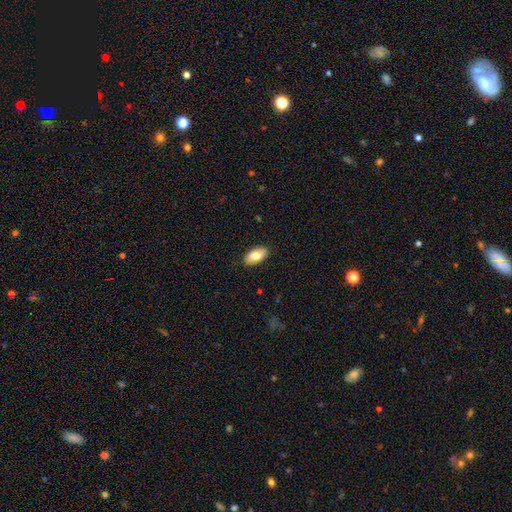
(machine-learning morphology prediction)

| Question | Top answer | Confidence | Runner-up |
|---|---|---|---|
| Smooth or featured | smooth | 77% | featured or disk (16%) |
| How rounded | in between | 94% | cigar-shaped (3%) |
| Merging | none | 87% | minor disturbance (10%) |